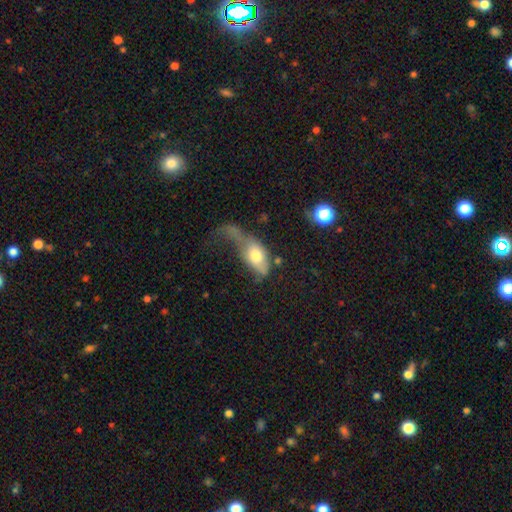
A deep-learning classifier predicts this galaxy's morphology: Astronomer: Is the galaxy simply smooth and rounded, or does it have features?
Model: smooth — 64%.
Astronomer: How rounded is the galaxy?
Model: in between — 84%.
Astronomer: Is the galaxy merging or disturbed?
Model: major disturbance — 57%.